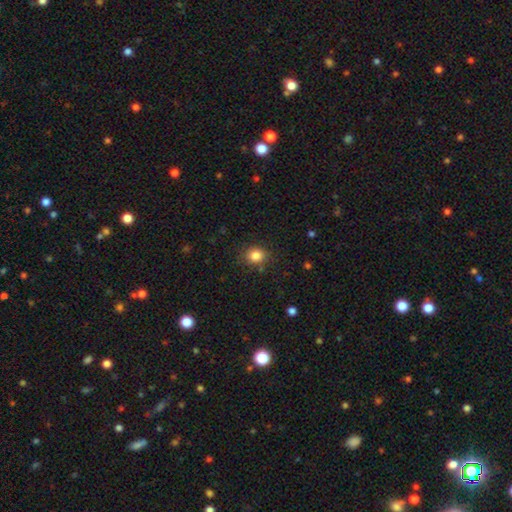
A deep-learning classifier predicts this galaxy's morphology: smooth-or-featured: smooth: 84% | star or artifact: 11% | featured or disk: 5%
  how-rounded: round: 71% | in between: 29% | cigar-shaped: 1%
  merging: none: 83% | minor disturbance: 11% | major disturbance: 3% | merger: 2%